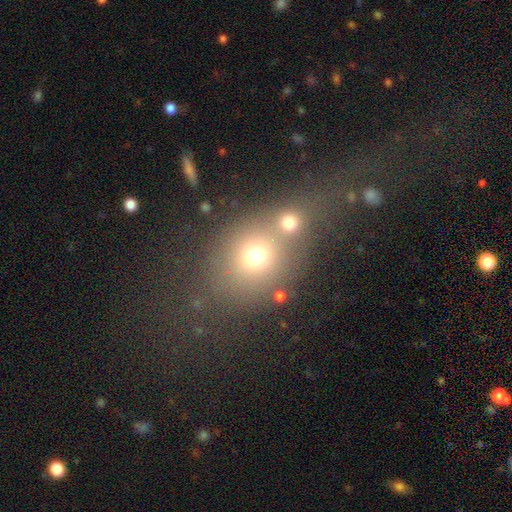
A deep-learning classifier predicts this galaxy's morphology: This is likely a smooth galaxy (67%). How rounded: likely round (68%). Merging: possibly merger (50%).